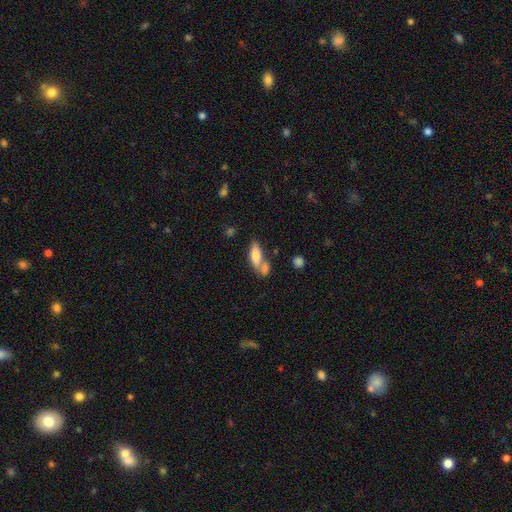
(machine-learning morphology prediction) smooth 72%, featured or disk 21%, star or artifact 7%. Down the decision tree: how rounded — in between (64%); merging — merger (41%).